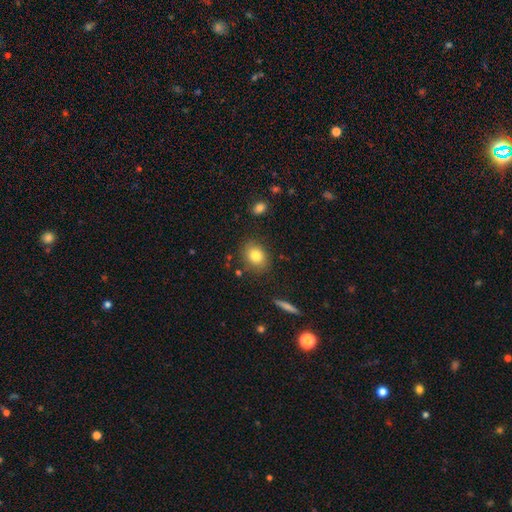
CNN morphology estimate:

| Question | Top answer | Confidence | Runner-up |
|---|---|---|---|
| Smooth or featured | smooth | 81% | featured or disk (10%) |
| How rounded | in between | 53% | round (46%) |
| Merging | none | 82% | minor disturbance (12%) |